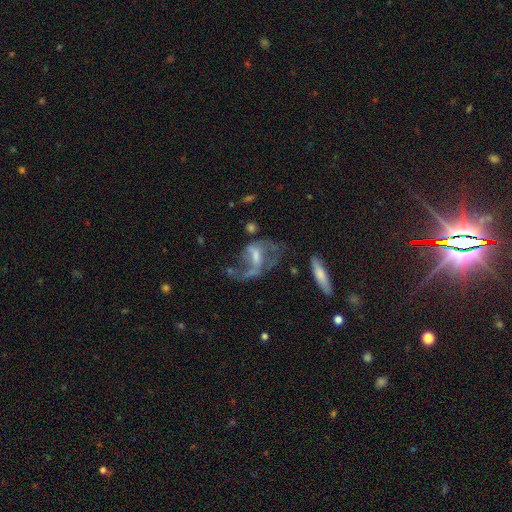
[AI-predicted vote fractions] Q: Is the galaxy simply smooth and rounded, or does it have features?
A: featured or disk — 71%.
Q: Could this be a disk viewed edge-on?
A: no — 93%.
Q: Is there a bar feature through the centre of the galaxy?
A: weak — 43%.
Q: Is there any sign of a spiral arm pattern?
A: yes — 65%.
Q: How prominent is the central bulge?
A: small — 39%.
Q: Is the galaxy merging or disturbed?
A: major disturbance — 44%.